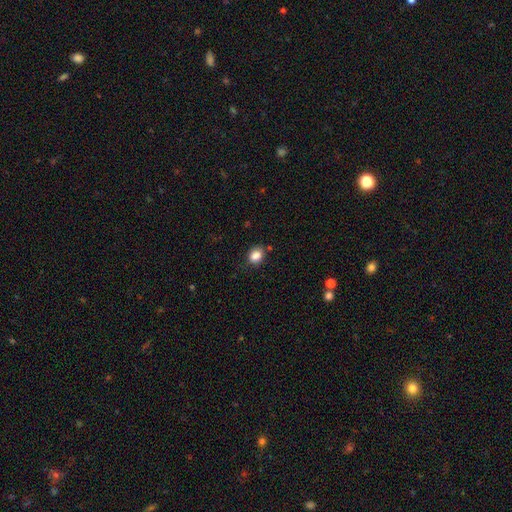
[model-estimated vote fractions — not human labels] A smooth galaxy with no disk features (85%) that is round (56%).

Vote fractions:
- Smooth or featured? smooth: 85% / star or artifact: 10% / featured or disk: 5%
- How rounded? round: 56% / in between: 43% / cigar-shaped: 1%
- Merging? none: 79% / minor disturbance: 15% / major disturbance: 3% / merger: 3%